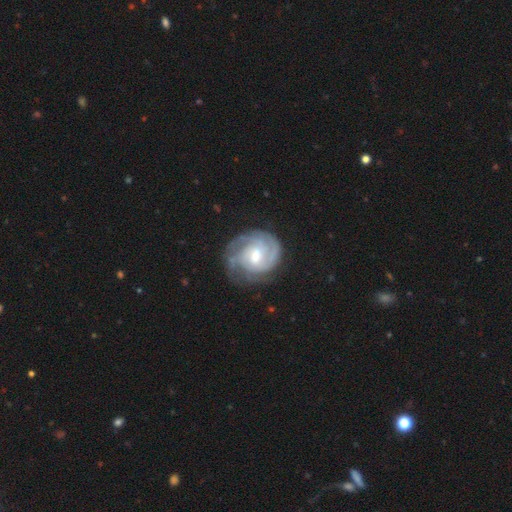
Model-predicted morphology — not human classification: Smooth or featured? featured or disk (87%)
Edge-on disk? no (98%)
Bar? weak (49%)
Spiral arms? yes (97%)
Spiral winding? tight (69%)
Spiral arm count? 3 (34%)
Bulge size? moderate (59%)
Merging? none (74%)